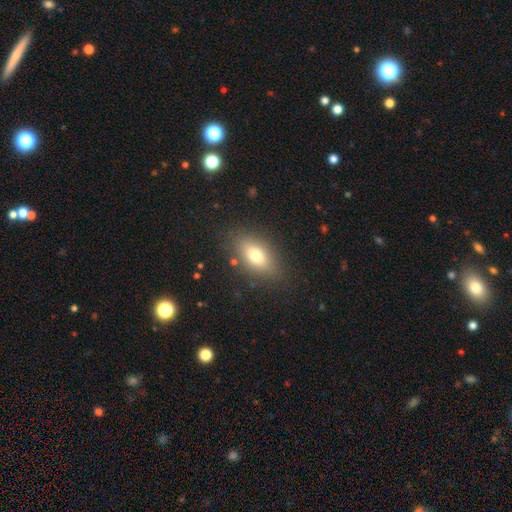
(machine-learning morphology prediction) Smooth or featured?
  - smooth: 73% *
  - featured or disk: 17%
  - star or artifact: 10%
How rounded?
  - in between: 84% *
  - round: 8%
  - cigar-shaped: 7%
Merging?
  - none: 83% *
  - minor disturbance: 11%
  - major disturbance: 4%
  - merger: 2%